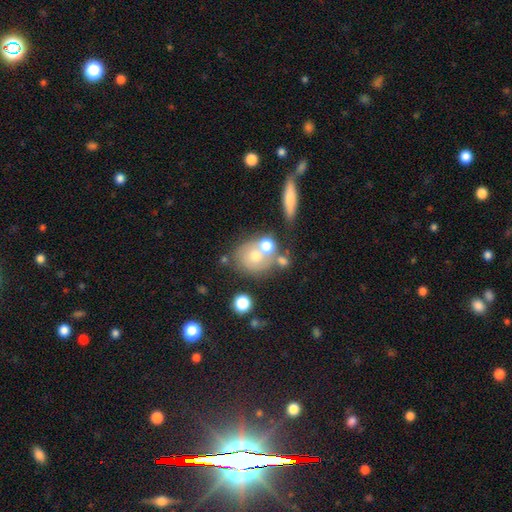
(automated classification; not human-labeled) Smooth or featured: smooth — 55% (featured or disk — 32%)
How rounded: round — 72% (in between — 26%)
Merging: none — 46% (merger — 33%)